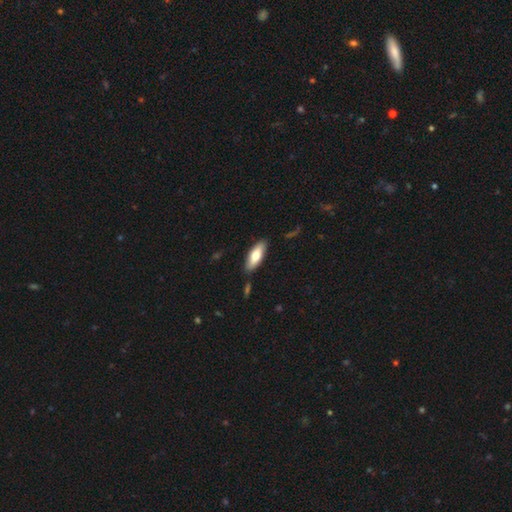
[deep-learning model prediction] A smooth galaxy with no disk features (70%) that is in between round and cigar-shaped (65%).

Vote fractions:
- Smooth or featured? smooth: 70% / featured or disk: 24% / star or artifact: 6%
- How rounded? in between: 65% / cigar-shaped: 33% / round: 2%
- Merging? none: 86% / minor disturbance: 10% / merger: 2% / major disturbance: 2%